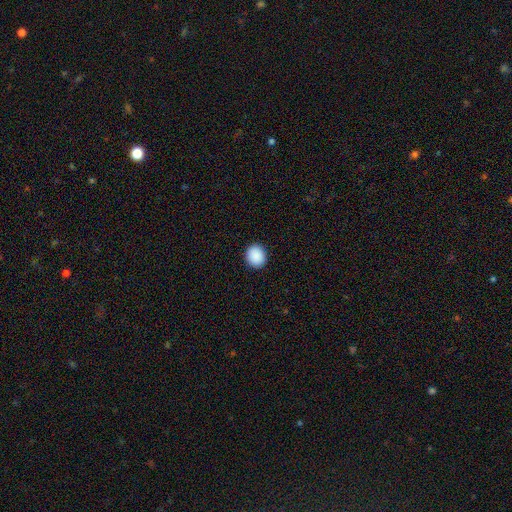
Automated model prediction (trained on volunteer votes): Overall: smooth (90%). How rounded: round (68%; in between 31%). Merging: none (91%).